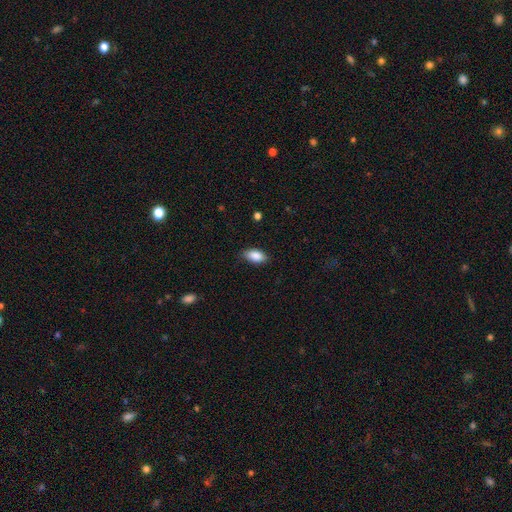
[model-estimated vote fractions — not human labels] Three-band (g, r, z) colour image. It shows a smooth galaxy with no disk features (88%) that is in between round and cigar-shaped (92%). Merging: none (83%).